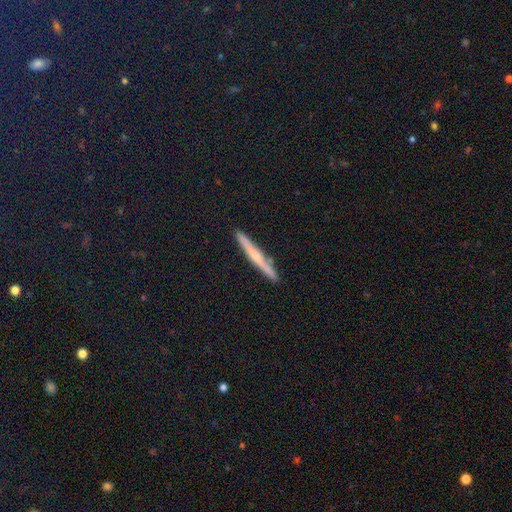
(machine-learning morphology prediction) Overall: featured or disk (50%; smooth 40%). Edge-on disk: yes (96%). Merging: none (89%).